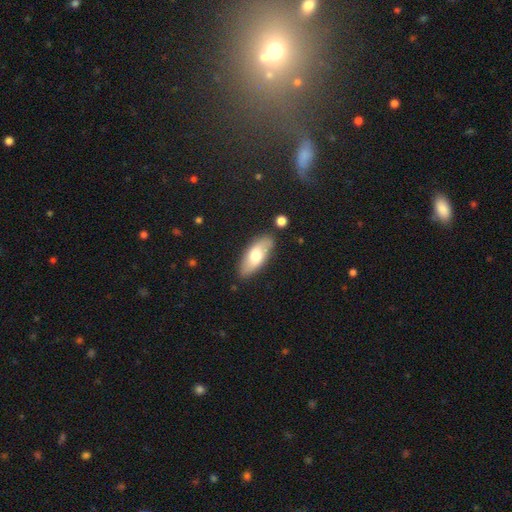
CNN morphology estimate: Smooth or featured: smooth — 68% (featured or disk — 27%)
How rounded: in between — 79% (cigar-shaped — 18%)
Merging: none — 83% (minor disturbance — 12%)